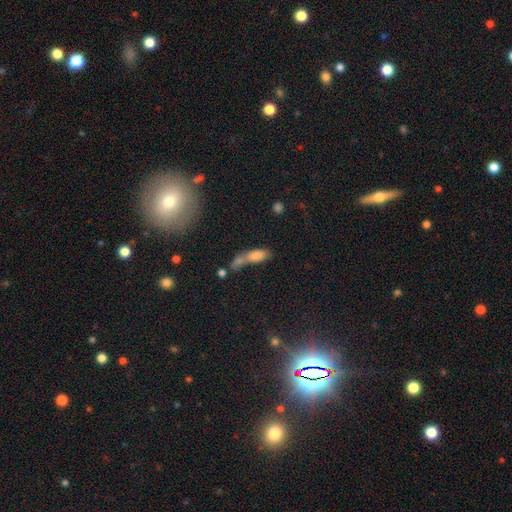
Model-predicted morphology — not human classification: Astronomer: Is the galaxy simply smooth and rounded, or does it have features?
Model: smooth — 76%.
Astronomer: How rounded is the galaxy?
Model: in between — 72%.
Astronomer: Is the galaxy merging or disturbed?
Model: merger — 57%.